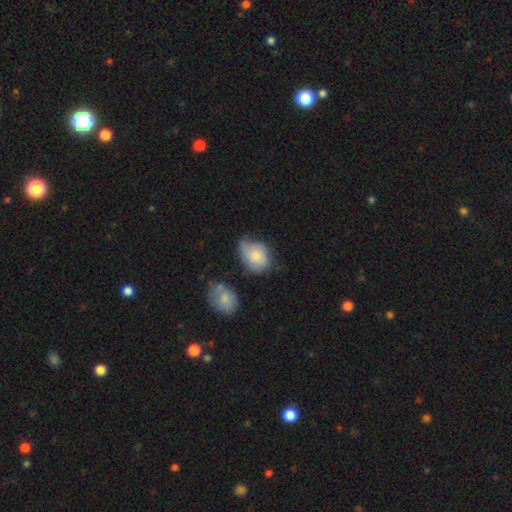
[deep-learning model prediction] Smooth or featured?
  - smooth: 72% *
  - featured or disk: 21%
  - star or artifact: 7%
How rounded?
  - in between: 64% *
  - round: 35%
  - cigar-shaped: 1%
Merging?
  - minor disturbance: 41% *
  - none: 39%
  - major disturbance: 14%
  - merger: 6%